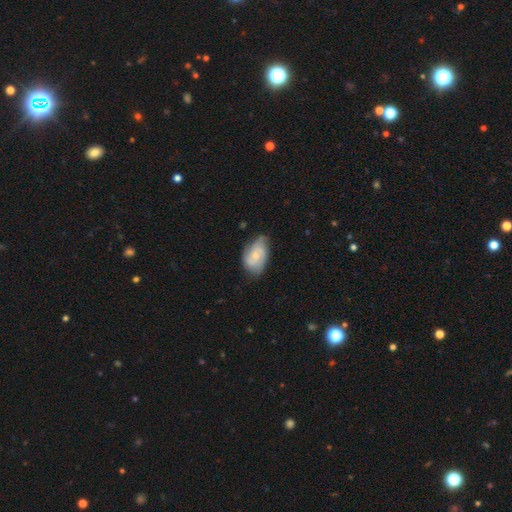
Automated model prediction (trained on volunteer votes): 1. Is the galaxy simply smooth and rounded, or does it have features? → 55% featured or disk, 38% smooth, 7% star or artifact.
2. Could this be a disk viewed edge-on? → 96% no, 4% yes.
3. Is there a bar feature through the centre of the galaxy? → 69% no, 27% weak, 4% strong.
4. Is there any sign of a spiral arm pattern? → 88% yes, 12% no.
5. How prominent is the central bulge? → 58% small, 33% moderate, 7% none, 2% large, 1% dominant.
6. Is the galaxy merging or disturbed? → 58% none, 31% minor disturbance, 9% major disturbance, 2% merger.